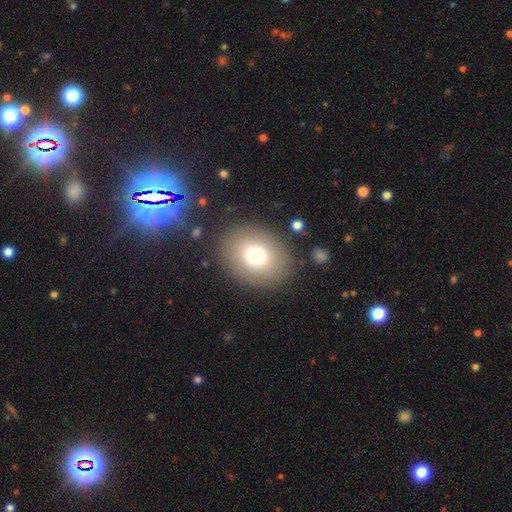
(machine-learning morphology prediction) smooth_or_featured: smooth (p=0.74) [alt: featured or disk p=0.14]
how_rounded: round (p=0.51) [alt: in between p=0.48]
merging: none (p=0.85) [alt: minor disturbance p=0.08]